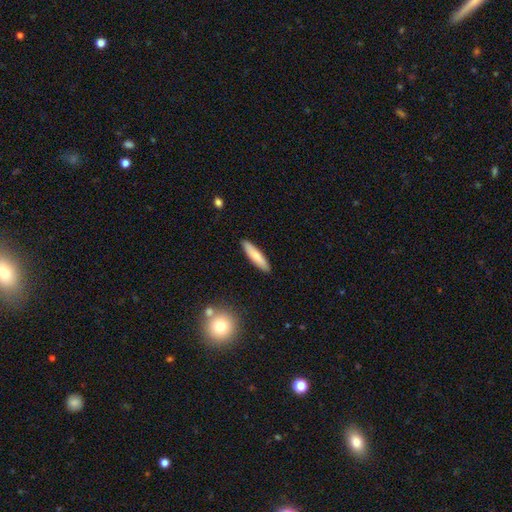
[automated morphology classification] Smooth or featured: smooth — 76% (featured or disk — 18%)
How rounded: cigar-shaped — 80% (in between — 18%)
Merging: none — 90% (minor disturbance — 7%)